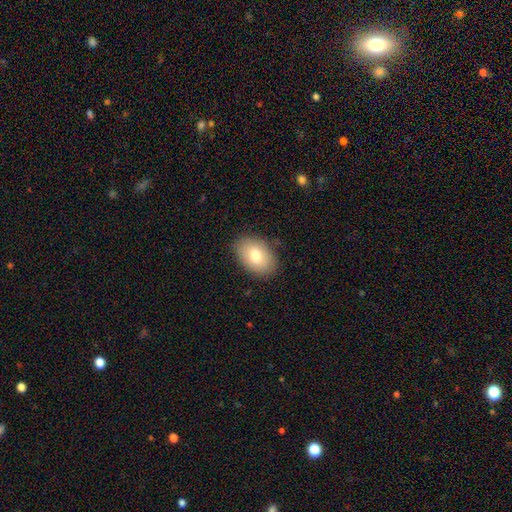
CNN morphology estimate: A smooth galaxy with no disk features (76%) that is in between round and cigar-shaped (86%).

Vote fractions:
- Smooth or featured? smooth: 76% / featured or disk: 17% / star or artifact: 8%
- How rounded? in between: 86% / round: 13% / cigar-shaped: 1%
- Merging? none: 84% / minor disturbance: 12% / major disturbance: 3% / merger: 1%